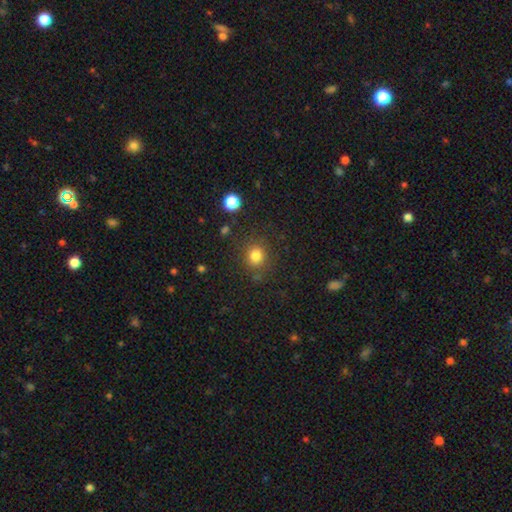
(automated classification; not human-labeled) Q: Smooth or featured?
A: smooth (81%); runner-up: star or artifact (13%)
Q: How rounded?
A: round (81%); runner-up: in between (18%)
Q: Merging?
A: none (82%); runner-up: minor disturbance (10%)